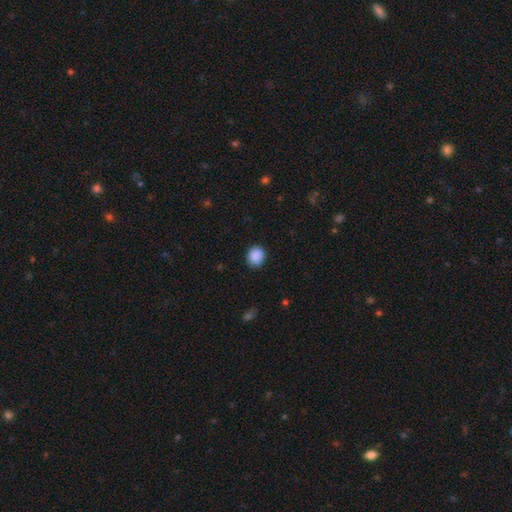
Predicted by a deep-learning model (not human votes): Morphology: type=smooth (89%); roundness=round (72%); merging=none (88%).